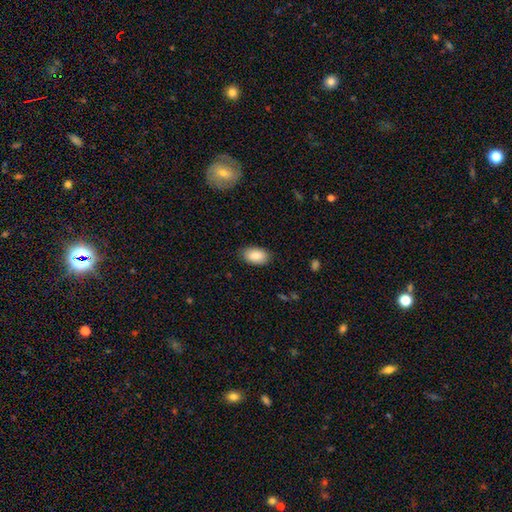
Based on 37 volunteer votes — This appears to be a smooth galaxy with no disk features (81%) that is in between round and cigar-shaped (97%). Merging: none (86%).